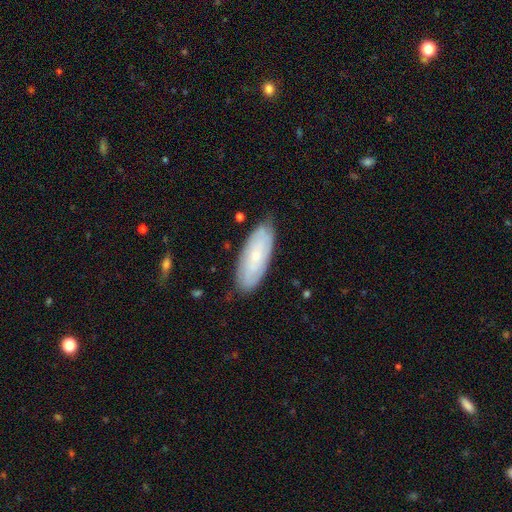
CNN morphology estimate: This is possibly a smooth galaxy (48%). Merging: clearly none (80%).